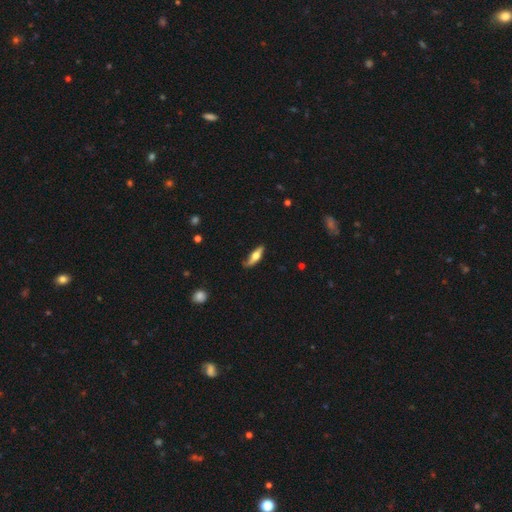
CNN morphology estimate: Overall: smooth (49%; featured or disk 46%). Merging: none (69%).